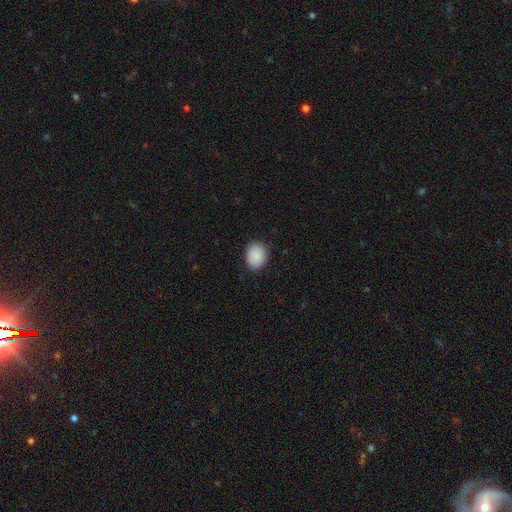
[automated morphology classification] The model was most divided on "how rounded": in between: 51%, round: 48%, cigar-shaped: 1%. More confident: smooth or featured — smooth (89%); merging — none (86%).